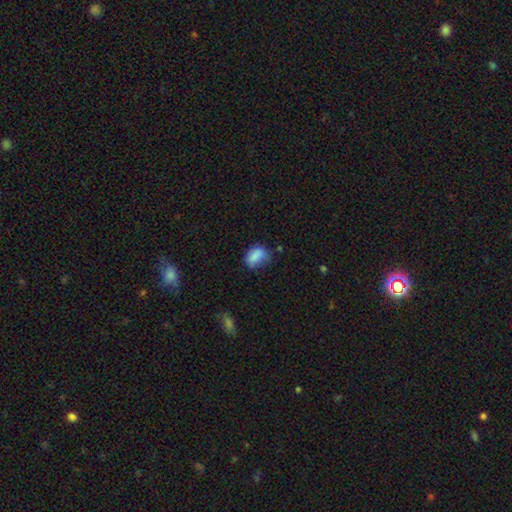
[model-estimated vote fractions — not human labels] smooth-or-featured: smooth: 83% | star or artifact: 10% | featured or disk: 7%
  how-rounded: in between: 83% | round: 14% | cigar-shaped: 3%
  merging: none: 50% | minor disturbance: 35% | major disturbance: 11% | merger: 3%